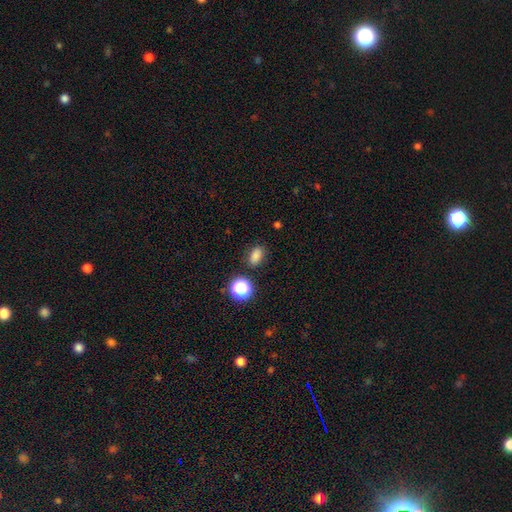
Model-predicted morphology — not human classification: Smooth or featured?
  - smooth: 81% *
  - star or artifact: 15%
  - featured or disk: 5%
How rounded?
  - in between: 79% *
  - round: 19%
  - cigar-shaped: 2%
Merging?
  - none: 83% *
  - minor disturbance: 11%
  - major disturbance: 3%
  - merger: 3%